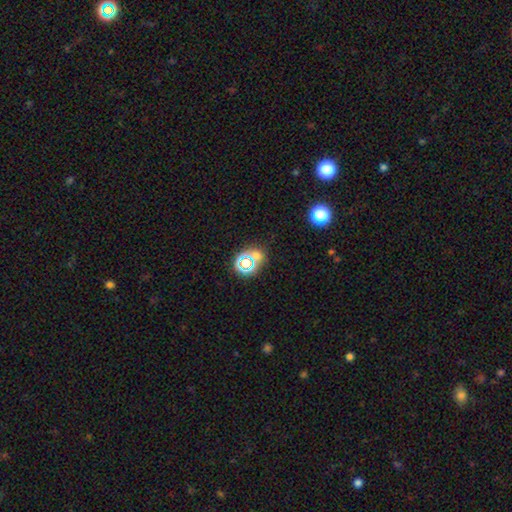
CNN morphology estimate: smooth_or_featured: star or artifact (p=0.52) [alt: smooth p=0.37]